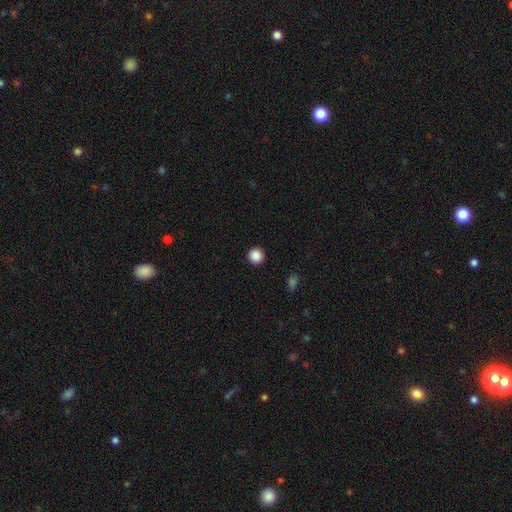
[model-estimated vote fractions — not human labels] A smooth galaxy with no disk features (88%) that is round (96%). Merging: none (93%).